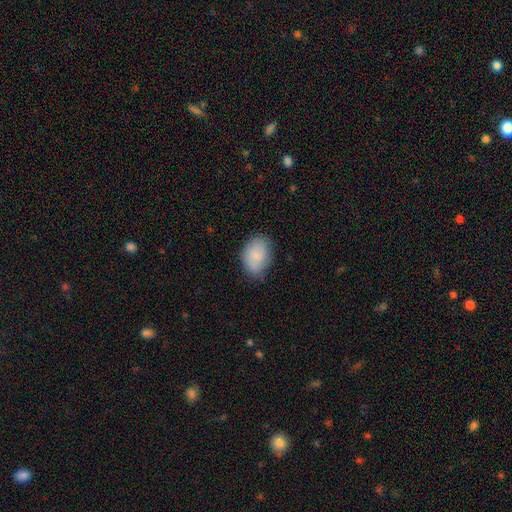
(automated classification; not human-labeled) A smooth galaxy with no disk features (80%) that is in between round and cigar-shaped (86%). Merging: none (73%).